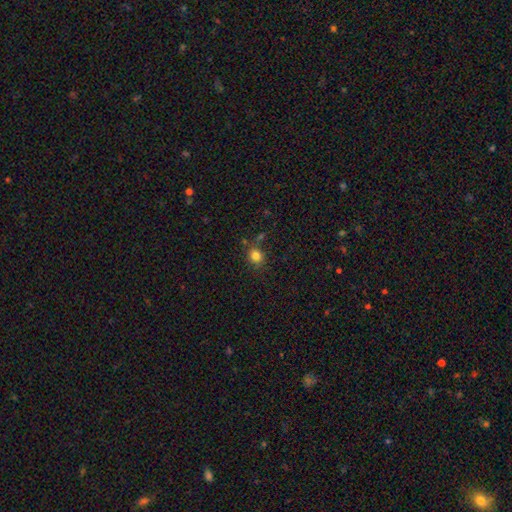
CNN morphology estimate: A smooth galaxy with no disk features (82%) that is round (82%).

Vote fractions:
- Smooth or featured? smooth: 82% / star or artifact: 13% / featured or disk: 6%
- How rounded? round: 82% / in between: 17% / cigar-shaped: 1%
- Merging? none: 73% / minor disturbance: 14% / merger: 9% / major disturbance: 5%